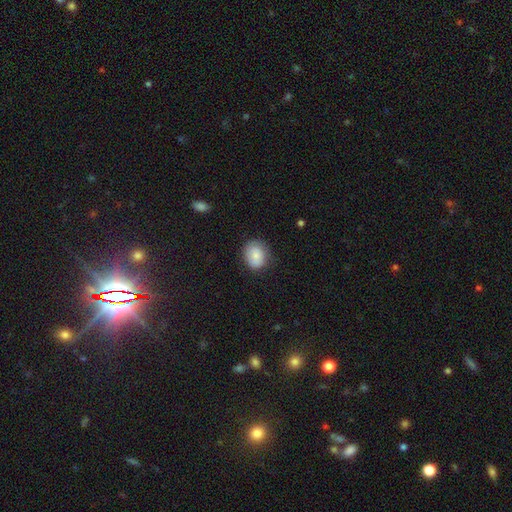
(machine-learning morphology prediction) The model was most divided on "how rounded": round: 56%, in between: 43%, cigar-shaped: 1%. More confident: smooth or featured — smooth (79%); merging — none (74%).